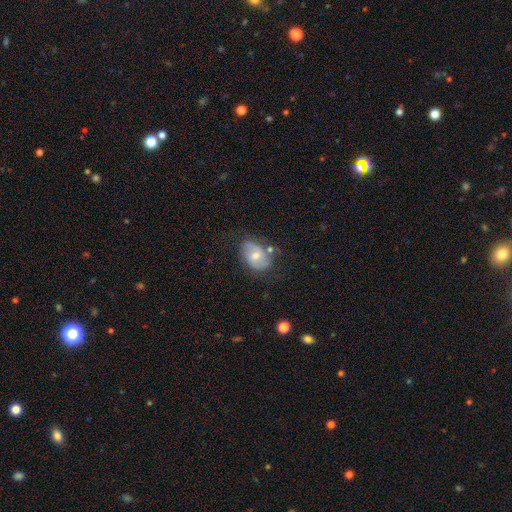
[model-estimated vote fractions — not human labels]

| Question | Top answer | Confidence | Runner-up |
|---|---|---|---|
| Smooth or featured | smooth | 48% | featured or disk (44%) |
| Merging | none | 56% | minor disturbance (26%) |